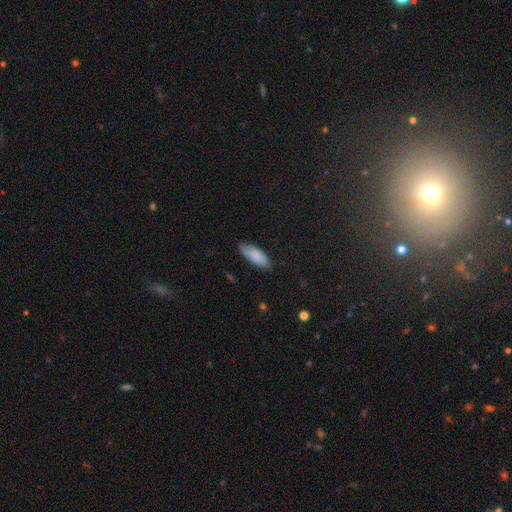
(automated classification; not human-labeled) smooth_or_featured: smooth (p=0.87) [alt: featured or disk p=0.08]
how_rounded: in between (p=0.71) [alt: cigar-shaped p=0.28]
merging: none (p=0.82) [alt: minor disturbance p=0.14]